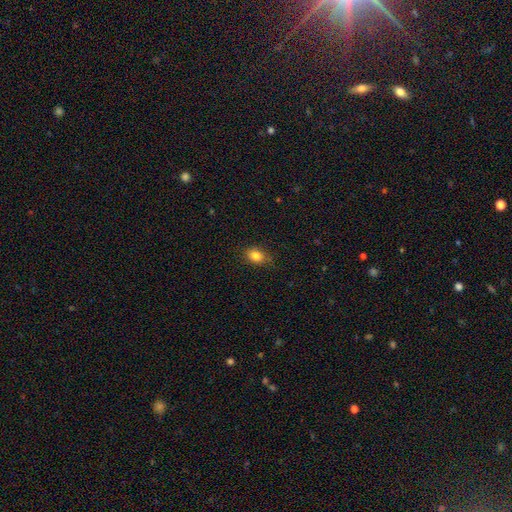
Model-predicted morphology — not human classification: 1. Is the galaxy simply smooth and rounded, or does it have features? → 83% smooth, 10% star or artifact, 7% featured or disk.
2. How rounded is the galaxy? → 66% in between, 33% round, 1% cigar-shaped.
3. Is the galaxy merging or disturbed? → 81% none, 15% minor disturbance, 3% major disturbance, 1% merger.